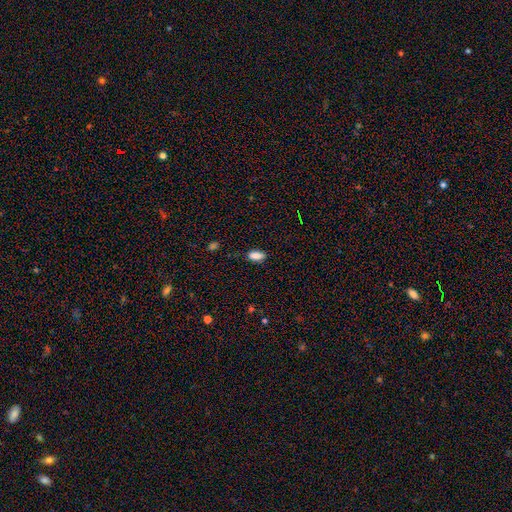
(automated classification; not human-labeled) Smooth or featured?
  - smooth: 84% *
  - star or artifact: 10%
  - featured or disk: 6%
How rounded?
  - in between: 83% *
  - cigar-shaped: 13%
  - round: 4%
Merging?
  - none: 81% *
  - minor disturbance: 15%
  - major disturbance: 3%
  - merger: 2%